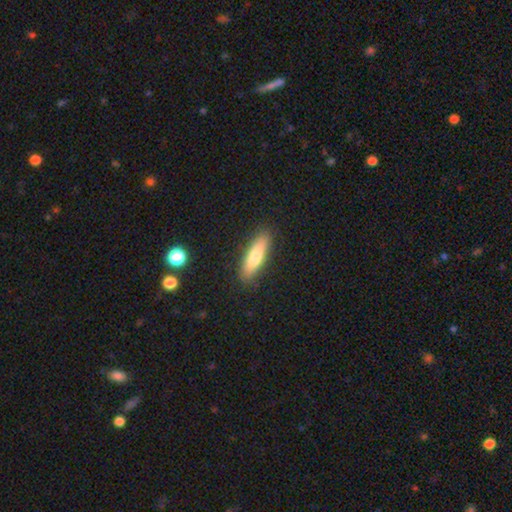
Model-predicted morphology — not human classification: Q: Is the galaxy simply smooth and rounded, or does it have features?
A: smooth — 73%.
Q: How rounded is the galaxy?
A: cigar-shaped — 66%.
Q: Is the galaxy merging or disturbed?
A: none — 87%.